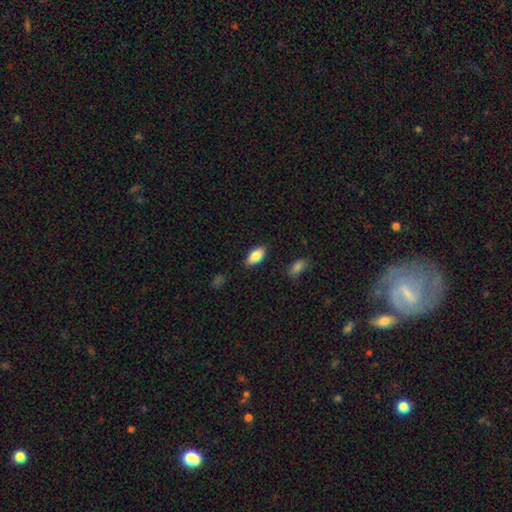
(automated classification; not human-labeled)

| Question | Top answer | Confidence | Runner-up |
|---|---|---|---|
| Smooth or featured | smooth | 80% | featured or disk (13%) |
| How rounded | in between | 90% | cigar-shaped (7%) |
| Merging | none | 86% | minor disturbance (11%) |